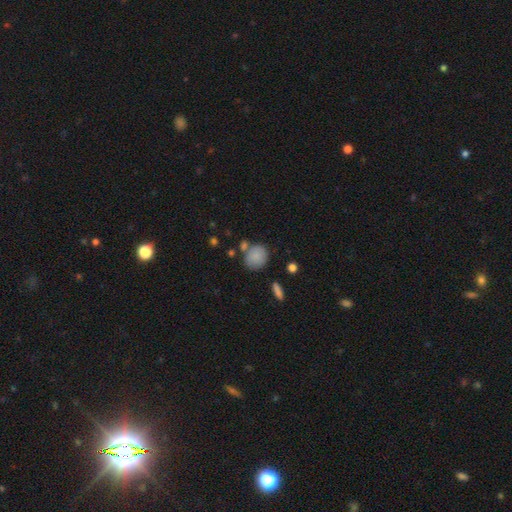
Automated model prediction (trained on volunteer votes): Morphology: type=smooth (83%); roundness=round (74%); merging=none (63%).